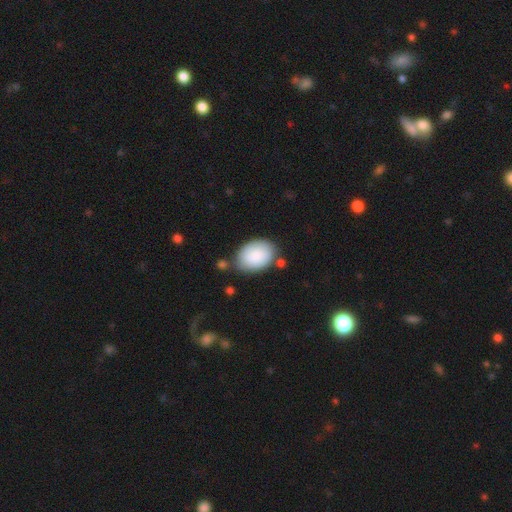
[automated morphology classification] Smooth or featured? Predicted: smooth (p=0.85). How rounded? Predicted: in between (p=0.84). Merging? Predicted: none (p=0.66).